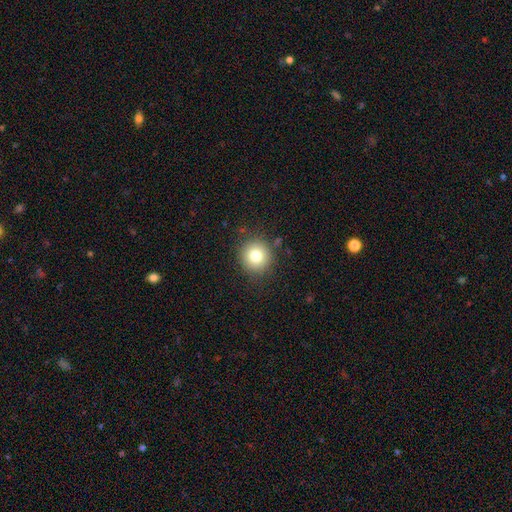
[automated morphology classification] This appears to be a smooth galaxy with no disk features (79%) that is round (93%). Merging: none (87%).